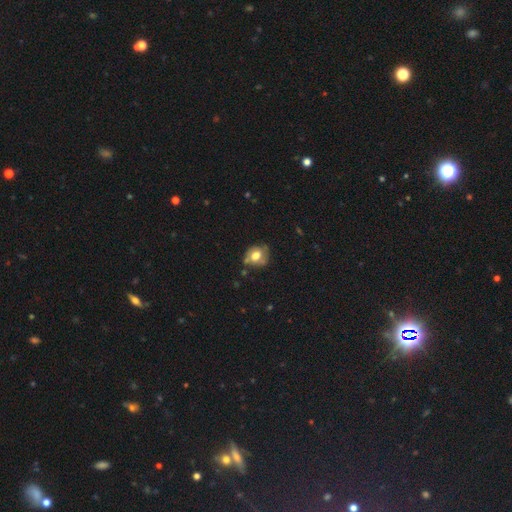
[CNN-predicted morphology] smooth 59%, featured or disk 32%, star or artifact 9%. Down the decision tree: how rounded — round (66%); merging — none (58%).